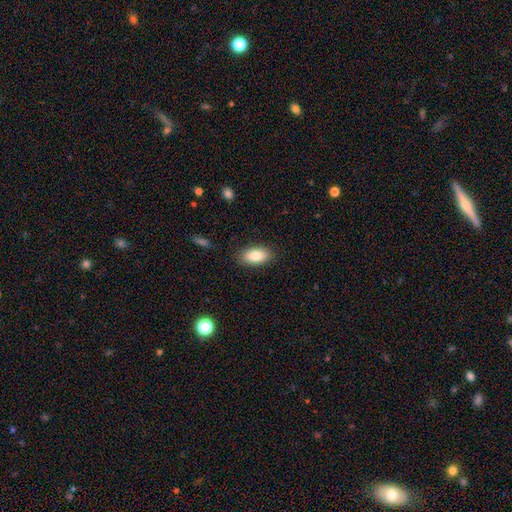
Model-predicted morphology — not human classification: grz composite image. It shows a smooth galaxy with no disk features (85%) that is in between round and cigar-shaped (93%). Merging: none (87%).